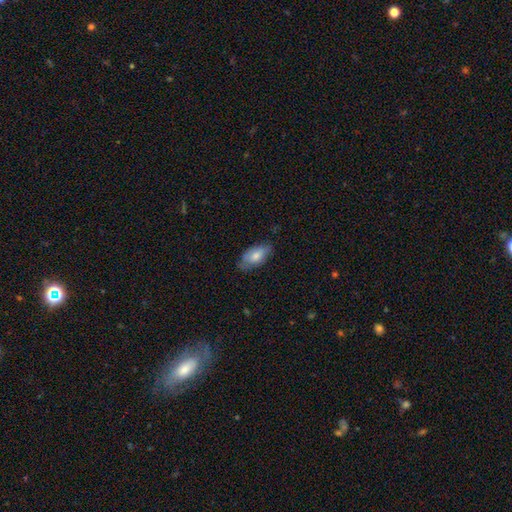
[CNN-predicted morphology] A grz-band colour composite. It shows a smooth galaxy with no disk features (73%) that is in between round and cigar-shaped (90%). Merging: none (65%).